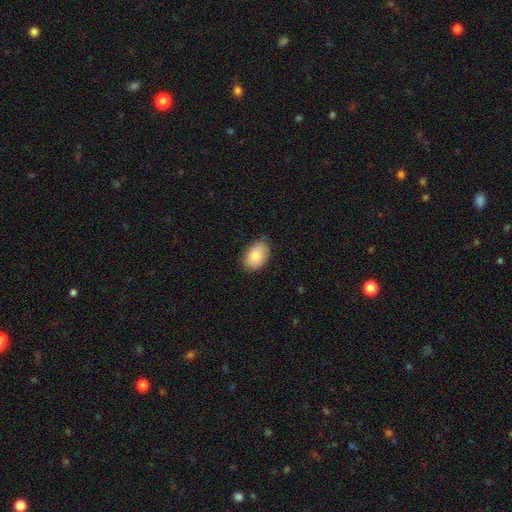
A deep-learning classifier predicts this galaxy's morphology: smooth-or-featured: smooth: 85% | featured or disk: 8% | star or artifact: 7%
  how-rounded: in between: 89% | round: 10% | cigar-shaped: 1%
  merging: none: 77% | minor disturbance: 19% | major disturbance: 3% | merger: 1%